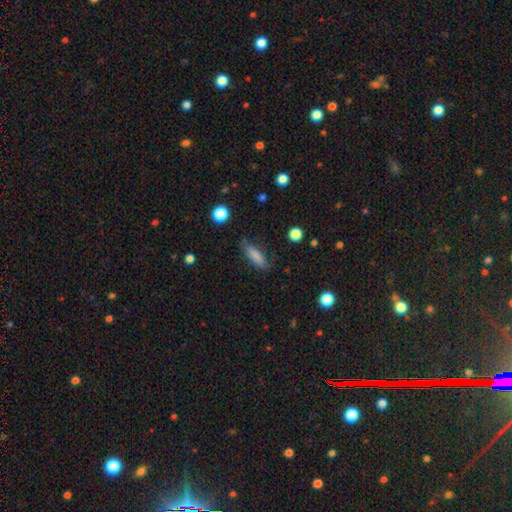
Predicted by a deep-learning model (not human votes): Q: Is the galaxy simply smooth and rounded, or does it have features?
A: smooth — 81%.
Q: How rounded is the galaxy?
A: cigar-shaped — 49%.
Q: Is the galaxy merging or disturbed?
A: none — 72%.